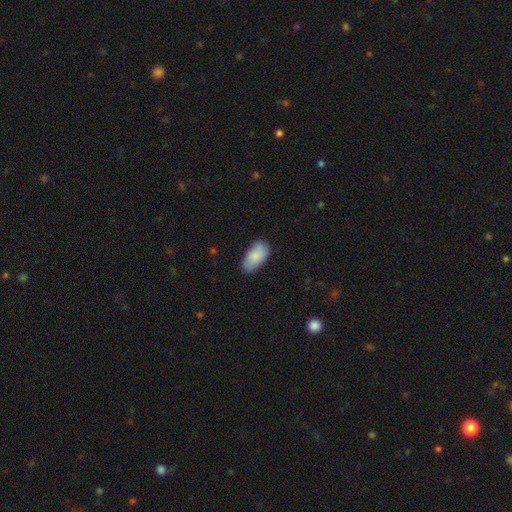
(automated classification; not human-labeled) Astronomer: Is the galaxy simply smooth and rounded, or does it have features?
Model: smooth — 85%.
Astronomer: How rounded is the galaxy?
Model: in between — 94%.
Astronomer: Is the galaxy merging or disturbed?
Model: none — 76%.